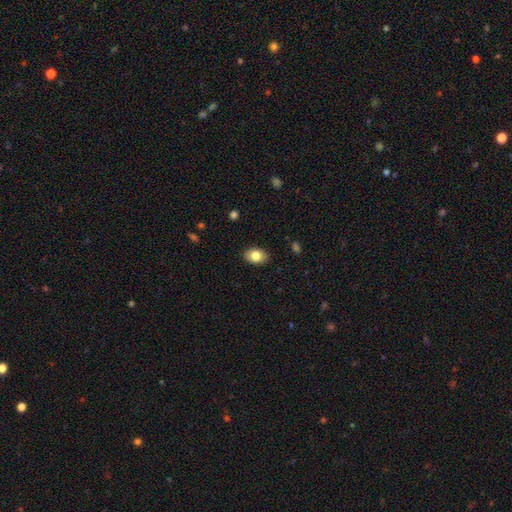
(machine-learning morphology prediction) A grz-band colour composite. It shows a smooth galaxy with no disk features (81%) that is in between round and cigar-shaped (80%). Merging: none (88%).